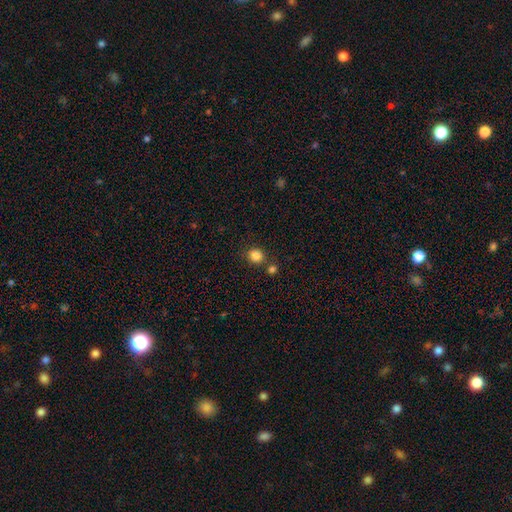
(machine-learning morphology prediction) Smooth or featured? Predicted: smooth (p=0.84). How rounded? Predicted: round (p=0.86). Merging? Predicted: none (p=0.79).